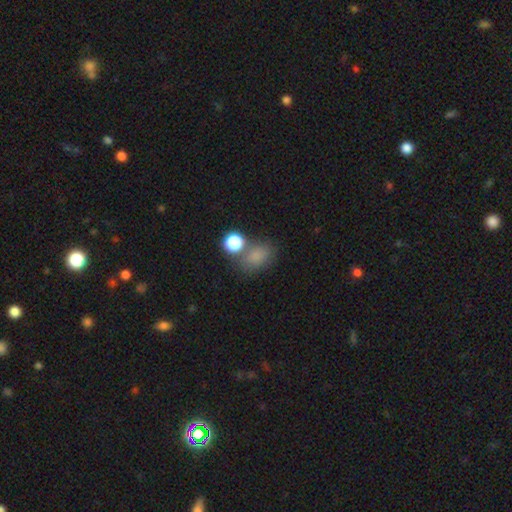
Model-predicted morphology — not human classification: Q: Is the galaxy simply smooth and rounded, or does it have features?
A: smooth — 78%.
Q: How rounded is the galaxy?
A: in between — 64%.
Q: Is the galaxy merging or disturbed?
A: none — 60%.